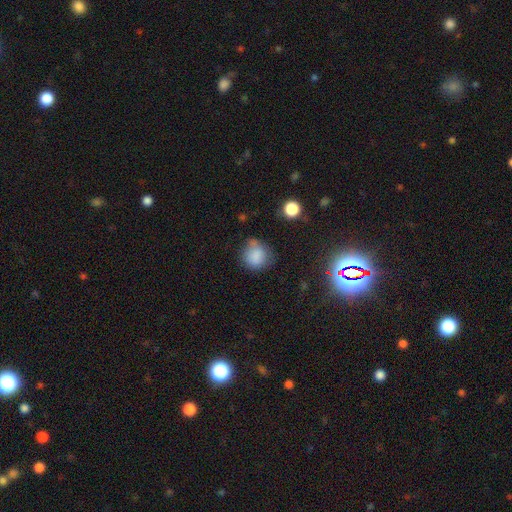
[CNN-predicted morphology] Smooth or featured? smooth (82%)
How rounded? round (79%)
Merging? none (54%)